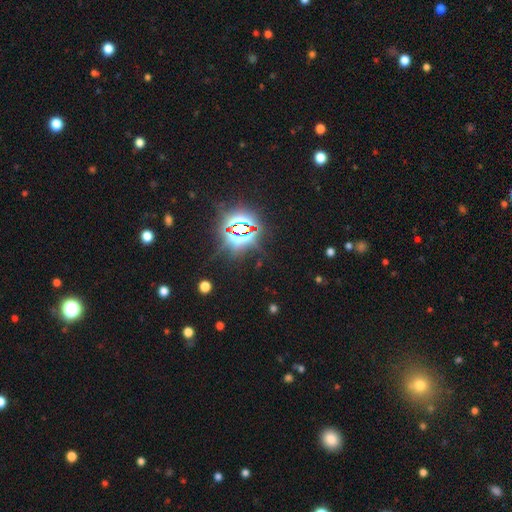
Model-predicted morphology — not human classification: Q: Smooth or featured?
A: star or artifact (84%); runner-up: smooth (10%)